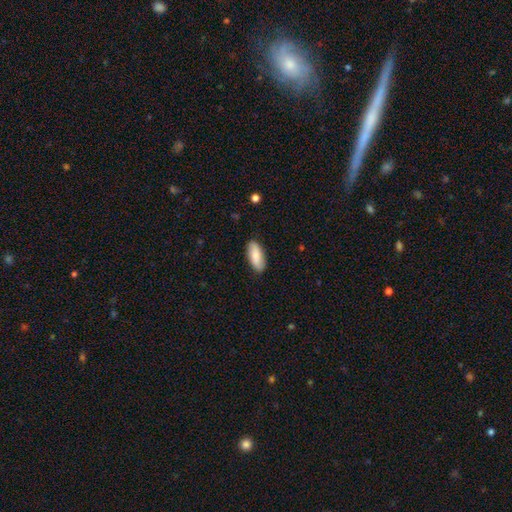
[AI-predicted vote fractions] Overall: smooth (81%). How rounded: in between (80%). Merging: none (87%).